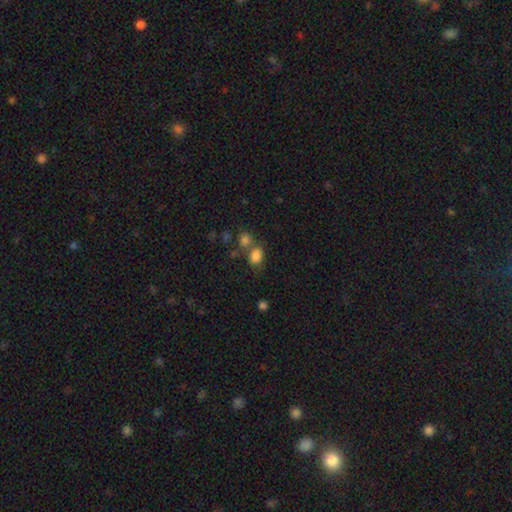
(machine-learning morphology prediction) smooth 82%, star or artifact 12%, featured or disk 6%. Down the decision tree: how rounded — in between (69%); merging — none (47%).